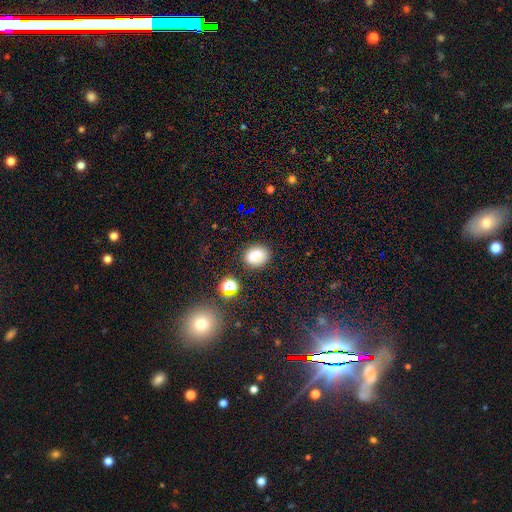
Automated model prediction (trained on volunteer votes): This appears to be a smooth galaxy with no disk features (77%) that is round (55%). Merging: none (82%).